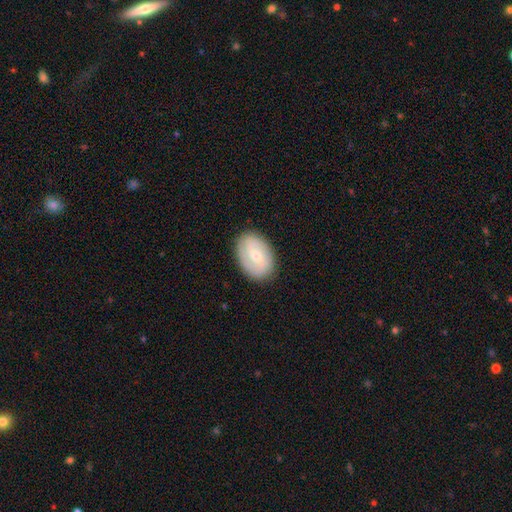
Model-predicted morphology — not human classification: This is possibly a featured or disk galaxy (57%). It is clearly not viewed edge-on (96%). Bar: possibly no (56%). Spiral arm pattern: clearly yes (83%). Central bulge: possibly small (56%). Merging: clearly none (85%).